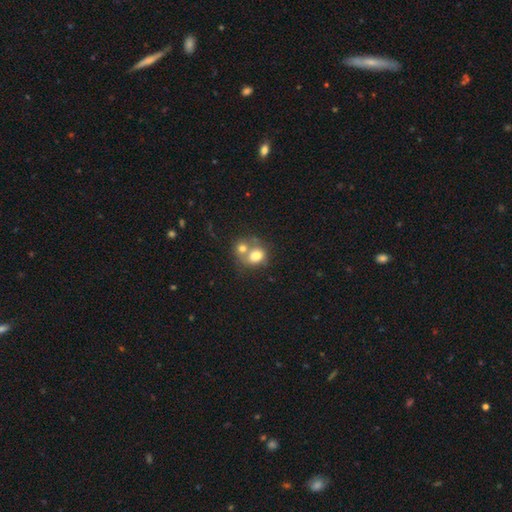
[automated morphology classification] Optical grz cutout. It shows a smooth galaxy with no disk features (73%) that is round (59%). Merging: merger (59%).